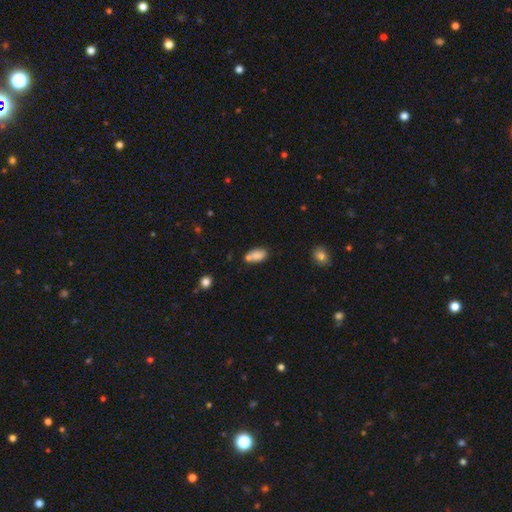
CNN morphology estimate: A smooth galaxy with no disk features (80%) that is in between round and cigar-shaped (89%).

Vote fractions:
- Smooth or featured? smooth: 80% / featured or disk: 11% / star or artifact: 8%
- How rounded? in between: 89% / cigar-shaped: 5% / round: 5%
- Merging? none: 49% / merger: 29% / minor disturbance: 17% / major disturbance: 5%